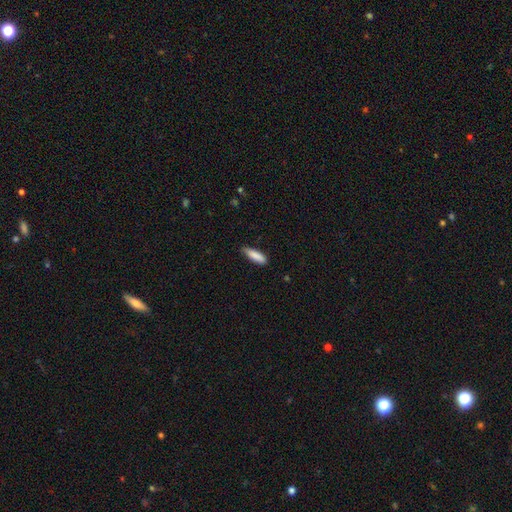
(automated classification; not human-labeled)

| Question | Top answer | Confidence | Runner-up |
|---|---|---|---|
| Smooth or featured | smooth | 87% | featured or disk (7%) |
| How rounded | cigar-shaped | 61% | in between (37%) |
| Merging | none | 78% | minor disturbance (18%) |